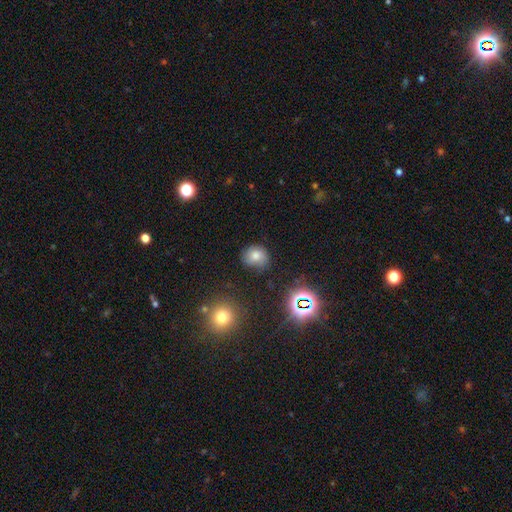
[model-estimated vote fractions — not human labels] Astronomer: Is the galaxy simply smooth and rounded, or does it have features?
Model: smooth — 70%.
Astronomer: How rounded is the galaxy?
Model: round — 72%.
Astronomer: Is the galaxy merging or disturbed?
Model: none — 66%.